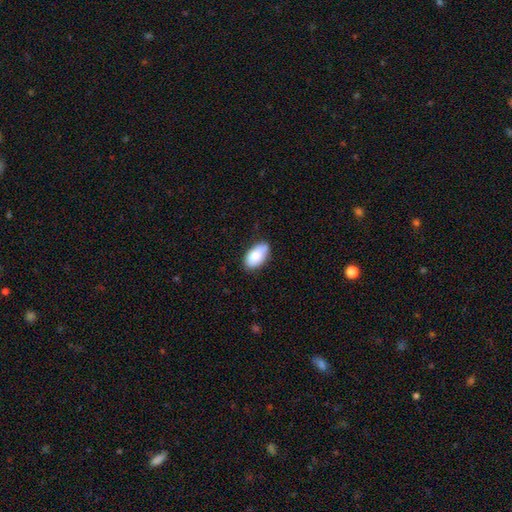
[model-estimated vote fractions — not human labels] Q: Smooth or featured?
A: smooth (80%); runner-up: featured or disk (14%)
Q: How rounded?
A: in between (94%); runner-up: round (4%)
Q: Merging?
A: none (73%); runner-up: minor disturbance (22%)